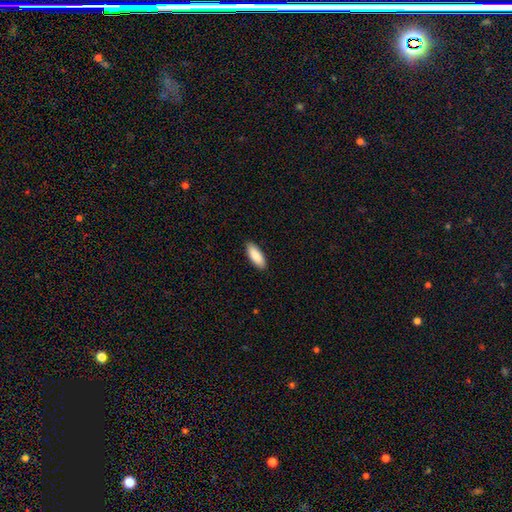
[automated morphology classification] This is clearly a smooth galaxy (88%). How rounded: likely in between (72%). Merging: clearly none (89%).